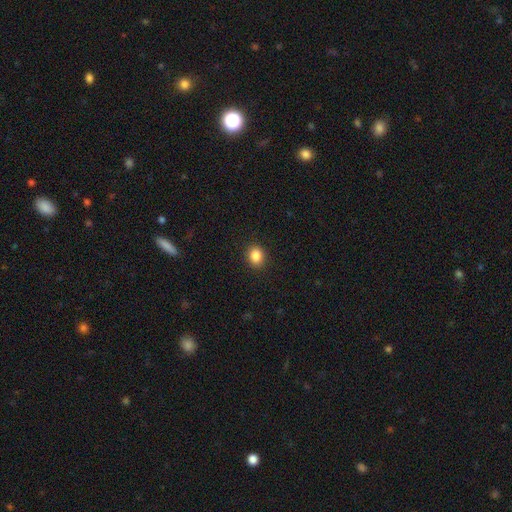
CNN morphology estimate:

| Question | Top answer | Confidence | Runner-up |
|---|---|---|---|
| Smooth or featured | smooth | 86% | star or artifact (10%) |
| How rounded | round | 63% | in between (36%) |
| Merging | none | 91% | minor disturbance (6%) |